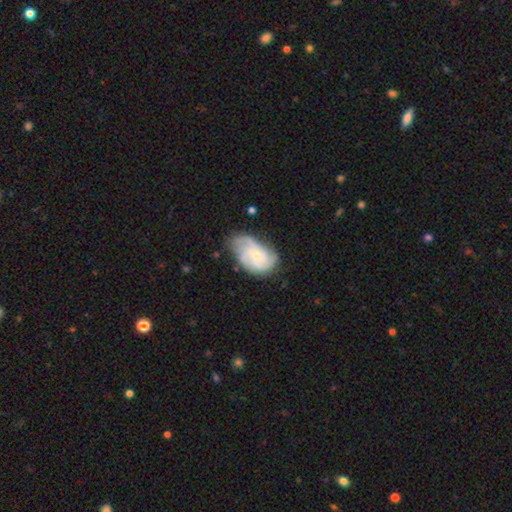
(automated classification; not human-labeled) A featured or disk galaxy (78%) with no bar (72%), 3 (36%) tight (49%) spiral arms (94%) and a small central bulge (66%).

Vote fractions:
- Smooth or featured? featured or disk: 78% / smooth: 17% / star or artifact: 6%
- Edge-on disk? no: 97% / yes: 3%
- Bar? no: 72% / weak: 25% / strong: 3%
- Spiral arms? yes: 94% / no: 6%
- Spiral winding? tight: 49% / medium: 38% / loose: 12%
- Spiral arm count? 3: 36% / can't tell: 24% / 4: 15% / 2: 15% / 1: 5% / more than 4: 5%
- Bulge size? small: 66% / moderate: 29% / none: 3% / large: 1% / dominant: 1%
- Merging? none: 56% / minor disturbance: 29% / major disturbance: 13% / merger: 2%